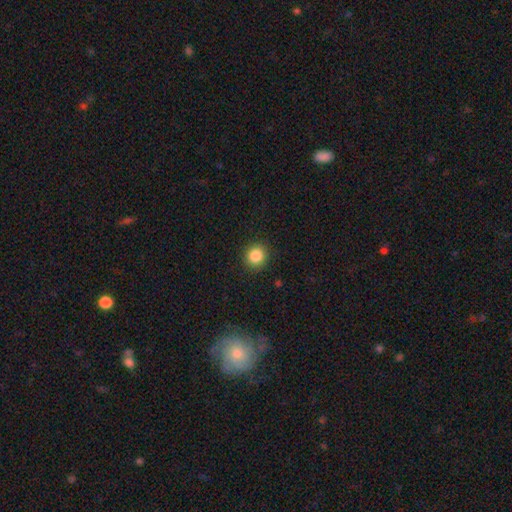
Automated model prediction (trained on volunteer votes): smooth-or-featured: smooth: 86% | star or artifact: 10% | featured or disk: 4%
  how-rounded: round: 88% | in between: 11% | cigar-shaped: 1%
  merging: none: 90% | minor disturbance: 7% | major disturbance: 2% | merger: 1%